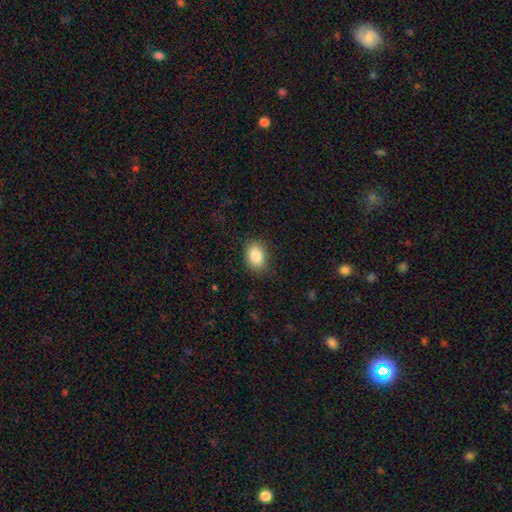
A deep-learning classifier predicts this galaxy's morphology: A smooth galaxy with no disk features (86%) that is in between round and cigar-shaped (78%).

Vote fractions:
- Smooth or featured? smooth: 86% / star or artifact: 8% / featured or disk: 6%
- How rounded? in between: 78% / round: 21% / cigar-shaped: 1%
- Merging? none: 83% / minor disturbance: 13% / major disturbance: 3% / merger: 1%